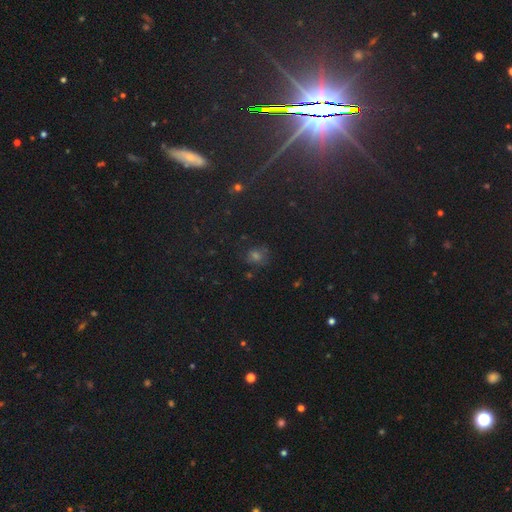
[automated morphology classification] Smooth or featured? Predicted: smooth (p=0.47). Merging? Predicted: none (p=0.78).